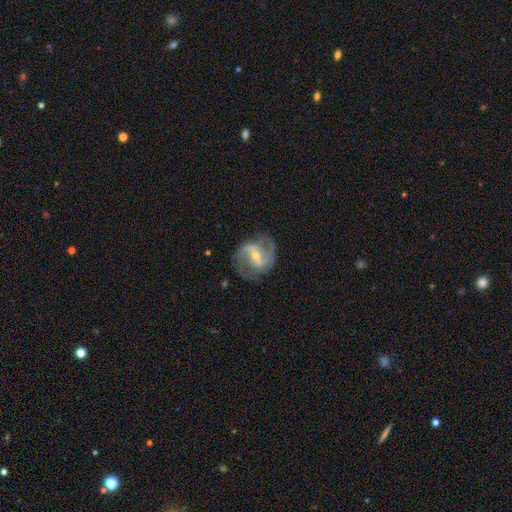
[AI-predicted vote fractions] smooth-or-featured: featured or disk: 90% | smooth: 5% | star or artifact: 5%
  disk-edge-on: no: 98% | yes: 2%
    bar: weak: 44% | strong: 39% | no: 17%
    has-spiral-arms: yes: 97% | no: 3%
      spiral-winding: medium: 56% | loose: 26% | tight: 18%
      spiral-arm-count: 2: 90% | 3: 3% | can't tell: 3% | 1: 2% | 4: 1% | more than 4: 1%
    bulge-size: small: 51% | moderate: 45% | large: 1% | none: 1% | dominant: 1%
  merging: none: 78% | minor disturbance: 14% | major disturbance: 6% | merger: 1%